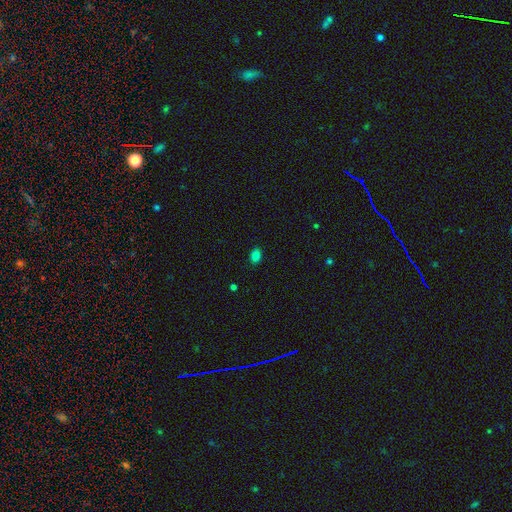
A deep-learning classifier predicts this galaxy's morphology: A smooth galaxy with no disk features (82%) that is in between round and cigar-shaped (70%).

Vote fractions:
- Smooth or featured? smooth: 82% / star or artifact: 14% / featured or disk: 4%
- How rounded? in between: 70% / round: 29% / cigar-shaped: 1%
- Merging? none: 88% / minor disturbance: 9% / major disturbance: 2% / merger: 1%